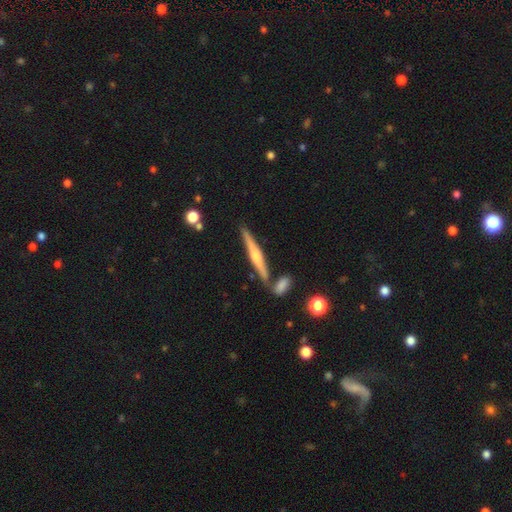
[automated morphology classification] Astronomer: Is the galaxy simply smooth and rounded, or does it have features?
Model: featured or disk — 71%.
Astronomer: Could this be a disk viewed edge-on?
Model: yes — 97%.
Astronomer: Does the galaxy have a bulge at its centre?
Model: rounded — 76%.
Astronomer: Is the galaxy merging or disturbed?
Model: none — 82%.